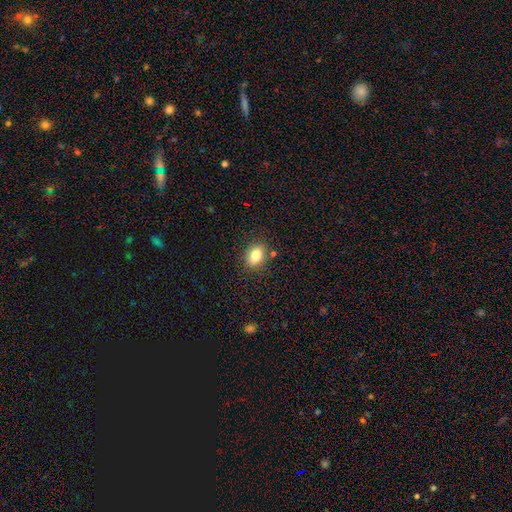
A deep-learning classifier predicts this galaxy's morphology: The model was most divided on "how rounded": in between: 73%, round: 26%, cigar-shaped: 1%. More confident: merging — none (83%); smooth or featured — smooth (82%).